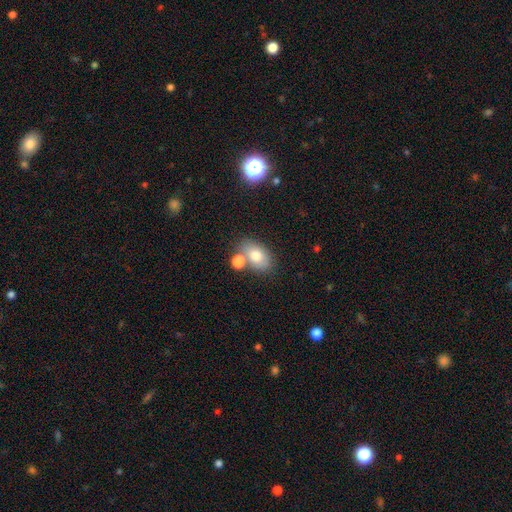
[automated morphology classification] A smooth galaxy with no disk features (75%) that is in between round and cigar-shaped (84%). Merging: none (58%).